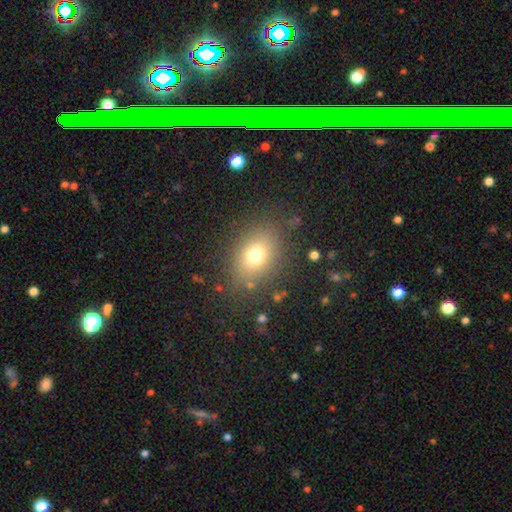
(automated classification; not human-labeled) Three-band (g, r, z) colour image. It shows a smooth galaxy with no disk features (71%) that is in between round and cigar-shaped (67%). Merging: none (80%).